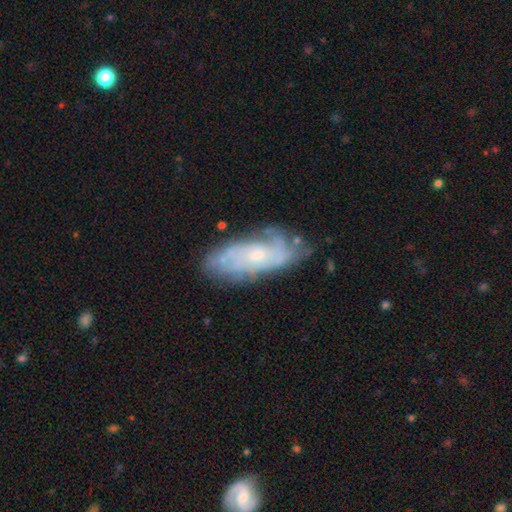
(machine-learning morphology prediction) A featured or disk galaxy (70%) with no bar (76%), spiral arms (79%) and a small central bulge (61%).

Vote fractions:
- Smooth or featured? featured or disk: 70% / smooth: 23% / star or artifact: 7%
- Edge-on disk? no: 89% / yes: 11%
- Bar? no: 76% / weak: 21% / strong: 3%
- Spiral arms? yes: 79% / no: 21%
- Bulge size? small: 61% / moderate: 33% / none: 3% / large: 2% / dominant: 1%
- Merging? none: 66% / minor disturbance: 23% / major disturbance: 8% / merger: 3%